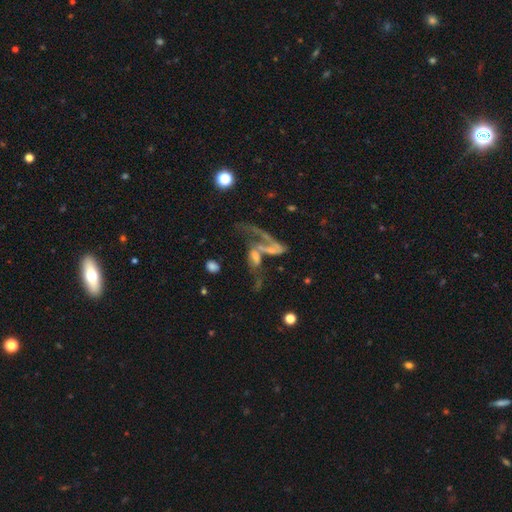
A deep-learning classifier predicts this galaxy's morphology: A featured or disk galaxy (60%).

Vote fractions:
- Smooth or featured? featured or disk: 60% / smooth: 20% / star or artifact: 20%
- Edge-on disk? no: 84% / yes: 16%
- Merging? merger: 50% / none: 21% / major disturbance: 20% / minor disturbance: 9%